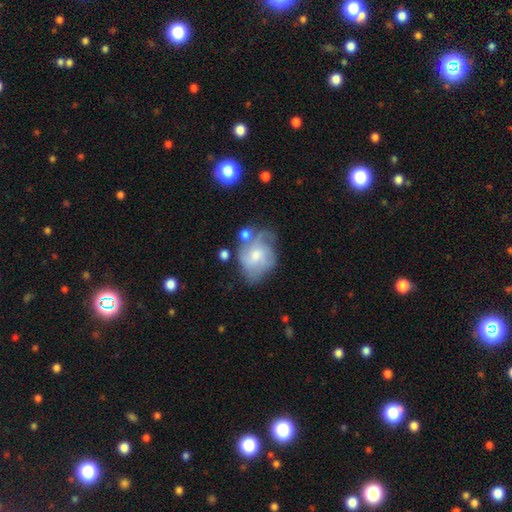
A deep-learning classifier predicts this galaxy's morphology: smooth-or-featured: featured or disk: 63% | smooth: 29% | star or artifact: 8%
  disk-edge-on: no: 97% | yes: 3%
    bar: no: 63% | weak: 32% | strong: 4%
    has-spiral-arms: yes: 82% | no: 18%
      spiral-winding: medium: 44% | tight: 32% | loose: 24%
      spiral-arm-count: can't tell: 34% | 3: 26% | 2: 19% | 4: 12% | 1: 5% | more than 4: 4%
    bulge-size: moderate: 46% | small: 45% | none: 5% | large: 4% | dominant: 1%
  merging: none: 45% | minor disturbance: 26% | major disturbance: 18% | merger: 11%